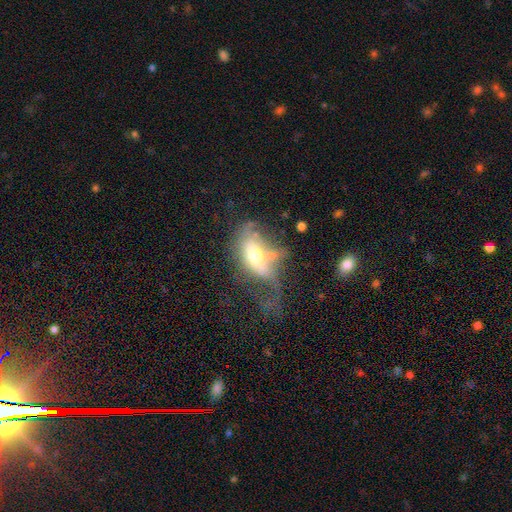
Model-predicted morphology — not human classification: This appears to be a smooth galaxy with no disk features (48%). Merging: major disturbance (46%).